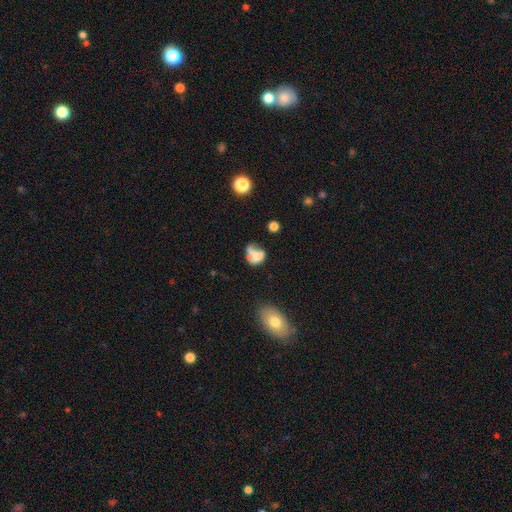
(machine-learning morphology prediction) This appears to be a smooth galaxy with no disk features (54%) that is in between round and cigar-shaped (60%). Merging: none (31%).